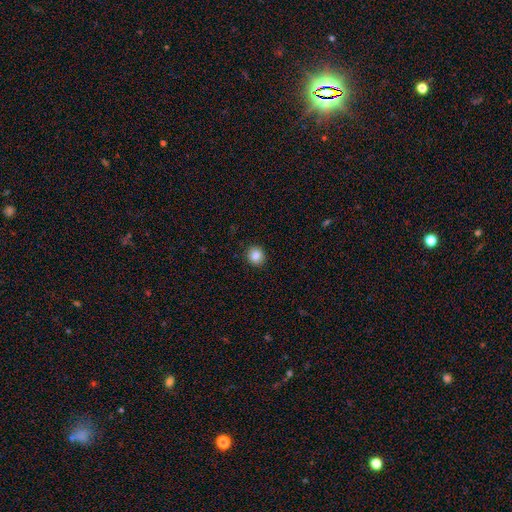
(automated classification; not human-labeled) The model was most divided on "how rounded": round: 87%, in between: 12%, cigar-shaped: 1%. More confident: merging — none (91%); smooth or featured — smooth (86%).